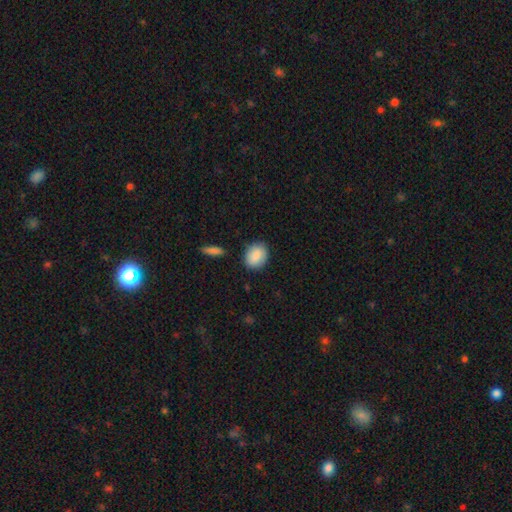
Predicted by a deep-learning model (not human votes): Smooth or featured? smooth (86%)
How rounded? in between (56%)
Merging? none (83%)